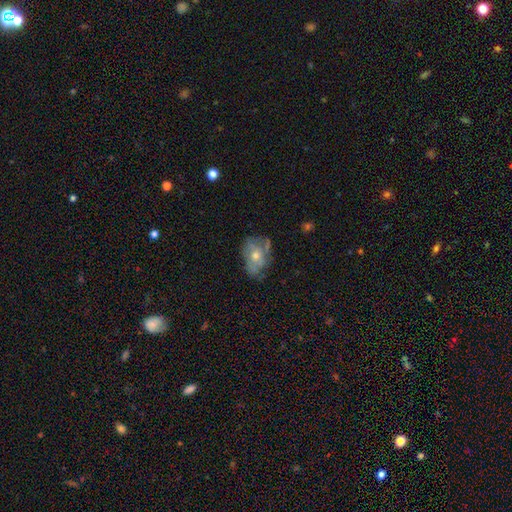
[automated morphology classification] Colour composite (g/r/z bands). It shows a featured or disk galaxy (46%, tied with smooth). Merging: none (44%).